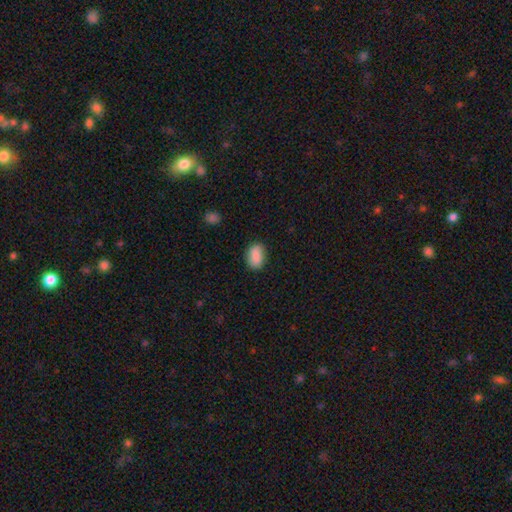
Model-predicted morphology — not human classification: Smooth or featured?
  - smooth: 89% *
  - star or artifact: 7%
  - featured or disk: 4%
How rounded?
  - in between: 87% *
  - round: 11%
  - cigar-shaped: 2%
Merging?
  - none: 84% *
  - minor disturbance: 12%
  - major disturbance: 3%
  - merger: 1%